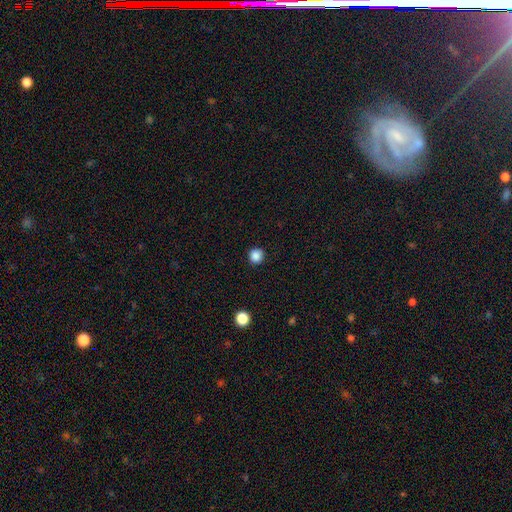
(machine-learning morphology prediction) type=smooth (87%); roundness=round (94%); merging=none (92%).